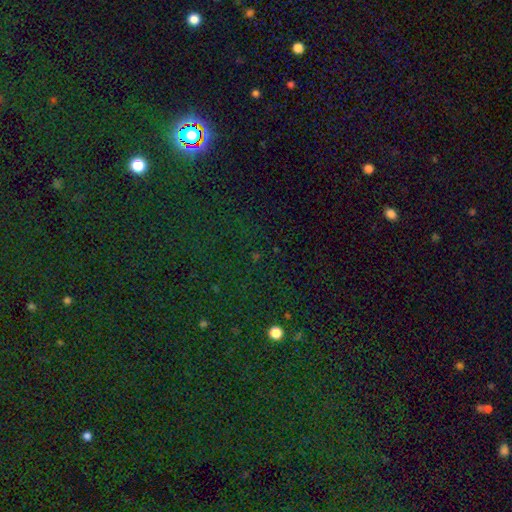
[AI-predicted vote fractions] smooth_or_featured: star or artifact (p=0.79) [alt: smooth p=0.13]